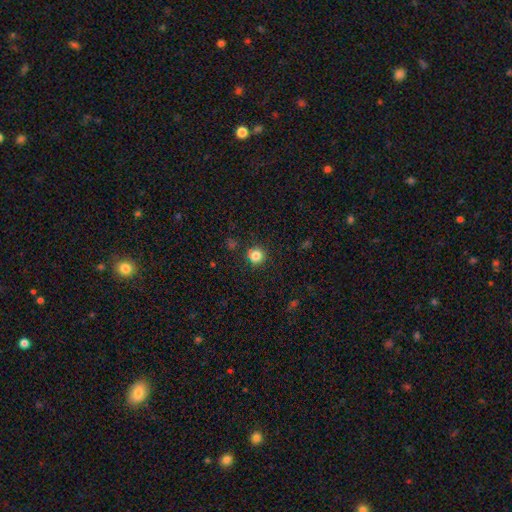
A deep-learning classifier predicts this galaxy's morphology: type=smooth (82%); roundness=round (94%); merging=none (87%).